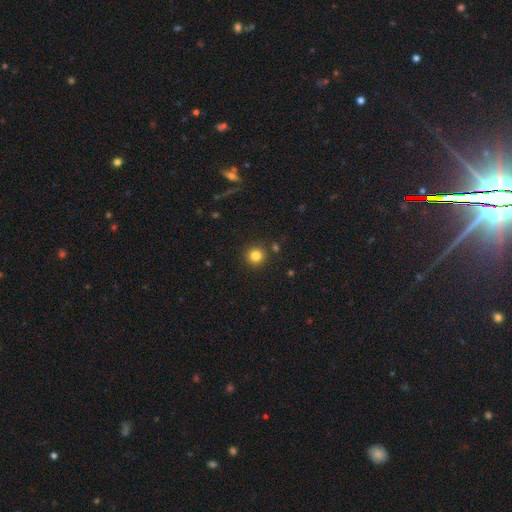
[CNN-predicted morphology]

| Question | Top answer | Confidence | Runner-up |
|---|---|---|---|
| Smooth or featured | smooth | 82% | star or artifact (13%) |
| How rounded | round | 94% | in between (5%) |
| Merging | none | 88% | minor disturbance (6%) |